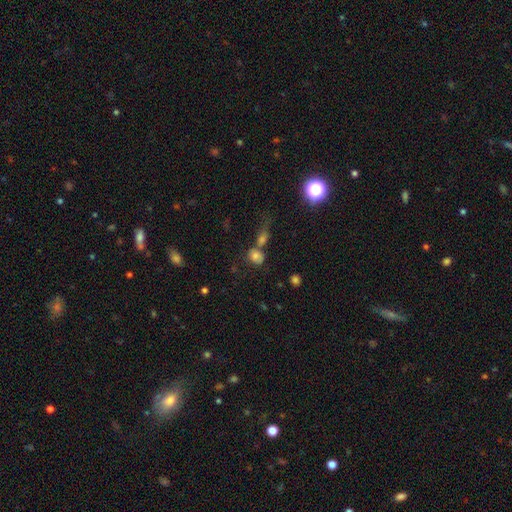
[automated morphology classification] Smooth or featured? smooth (76%)
How rounded? round (54%)
Merging? none (41%)